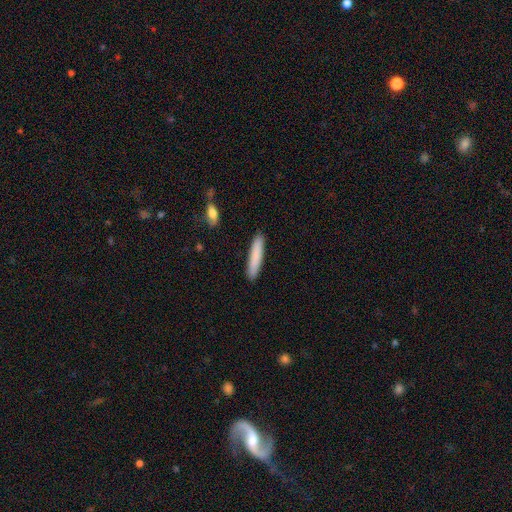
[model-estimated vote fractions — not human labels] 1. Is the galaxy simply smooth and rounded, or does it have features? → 84% smooth, 10% featured or disk, 5% star or artifact.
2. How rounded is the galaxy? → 91% cigar-shaped, 7% in between, 1% round.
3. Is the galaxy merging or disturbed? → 91% none, 6% minor disturbance, 1% major disturbance, 1% merger.